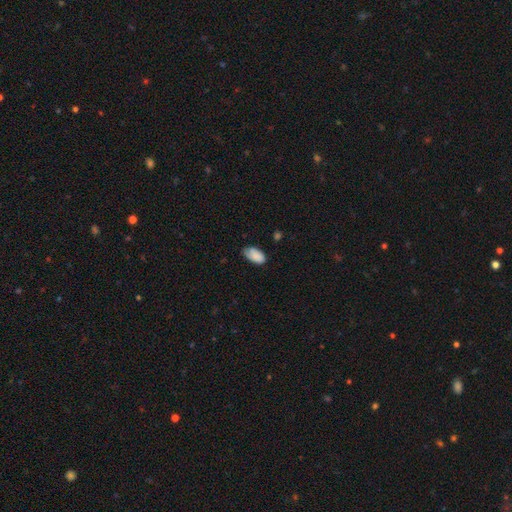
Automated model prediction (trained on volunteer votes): This appears to be a smooth galaxy with no disk features (84%) that is in between round and cigar-shaped (94%). Merging: none (61%).